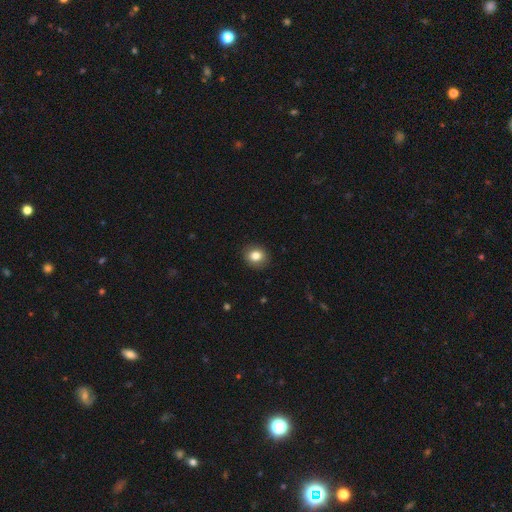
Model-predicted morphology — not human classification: Smooth or featured?
  - smooth: 83% *
  - star or artifact: 10%
  - featured or disk: 7%
How rounded?
  - round: 72% *
  - in between: 27%
  - cigar-shaped: 1%
Merging?
  - none: 90% *
  - minor disturbance: 7%
  - major disturbance: 2%
  - merger: 1%